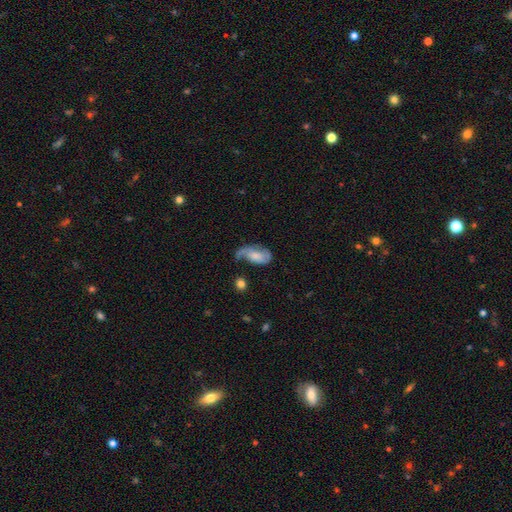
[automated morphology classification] Smooth or featured? Predicted: featured or disk (p=0.56). Edge-on disk? Predicted: no (p=0.95). Bar? Predicted: no (p=0.64). Spiral arms? Predicted: yes (p=0.84). Bulge size? Predicted: moderate (p=0.32). Merging? Predicted: none (p=0.34).